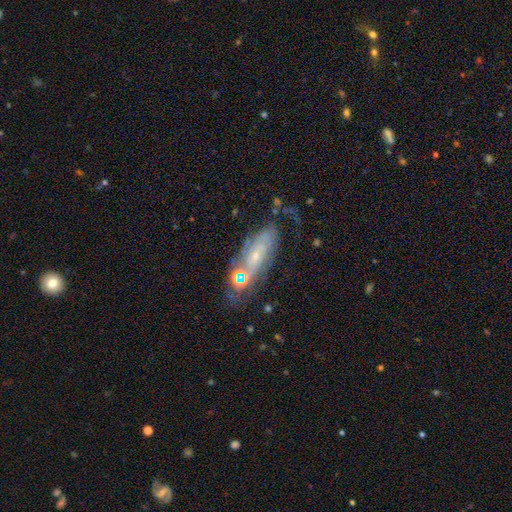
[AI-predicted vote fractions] smooth-or-featured: featured or disk: 71% | smooth: 21% | star or artifact: 8%
  disk-edge-on: no: 85% | yes: 15%
    bar: no: 67% | weak: 24% | strong: 8%
    has-spiral-arms: yes: 79% | no: 21%
    bulge-size: small: 73% | moderate: 21% | none: 4% | large: 2% | dominant: 1%
  merging: none: 46% | minor disturbance: 22% | merger: 17% | major disturbance: 14%